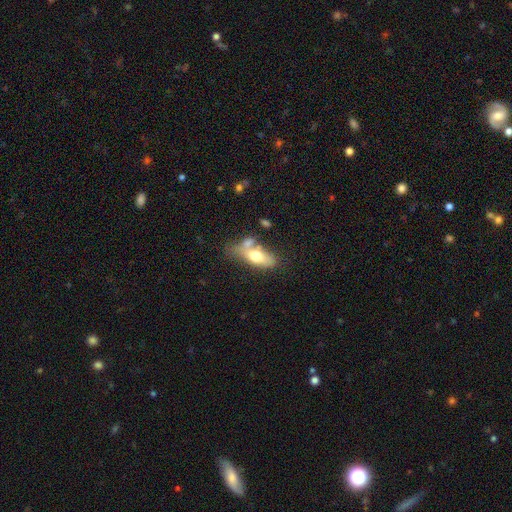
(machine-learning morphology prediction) A smooth galaxy with no disk features (62%) that is in between round and cigar-shaped (76%). Merging: none (38%).